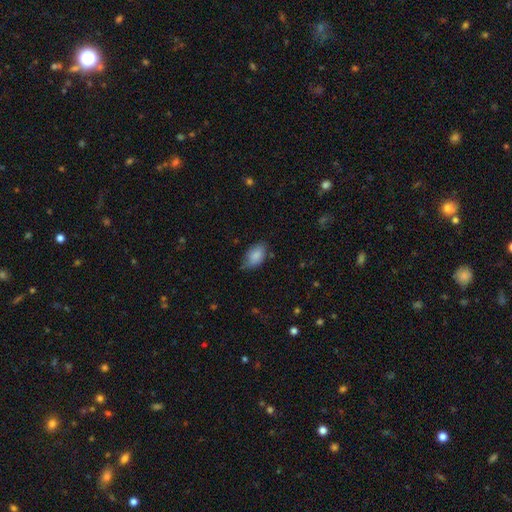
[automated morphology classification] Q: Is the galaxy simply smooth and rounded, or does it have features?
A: smooth — 85%.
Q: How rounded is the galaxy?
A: in between — 92%.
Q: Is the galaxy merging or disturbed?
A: none — 64%.